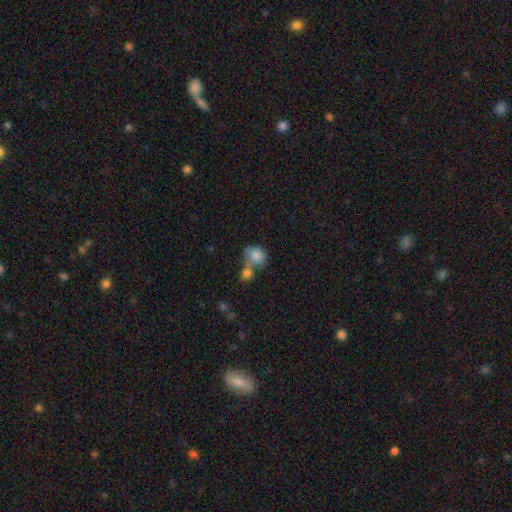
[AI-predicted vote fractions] Smooth or featured?
  - smooth: 82% *
  - featured or disk: 10%
  - star or artifact: 8%
How rounded?
  - round: 52% *
  - in between: 47%
  - cigar-shaped: 1%
Merging?
  - merger: 52% *
  - none: 27%
  - minor disturbance: 13%
  - major disturbance: 7%